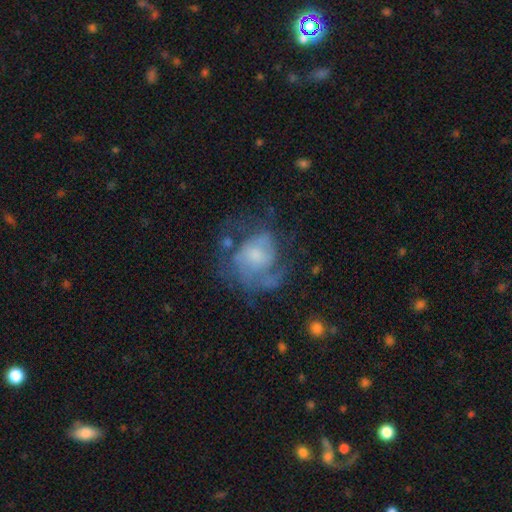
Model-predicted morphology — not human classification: Smooth or featured? Predicted: featured or disk (p=0.65). Edge-on disk? Predicted: no (p=0.98). Bar? Predicted: no (p=0.70). Spiral arms? Predicted: yes (p=0.74). Bulge size? Predicted: moderate (p=0.38, tied with small). Merging? Predicted: none (p=0.41).